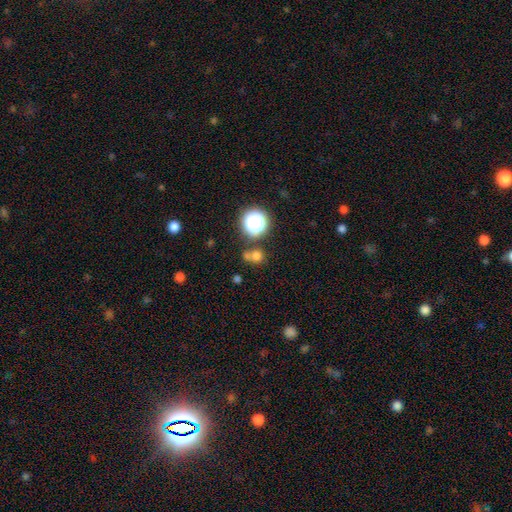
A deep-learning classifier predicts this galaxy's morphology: smooth 69%, star or artifact 23%, featured or disk 9%. Down the decision tree: how rounded — round (82%); merging — none (56%).